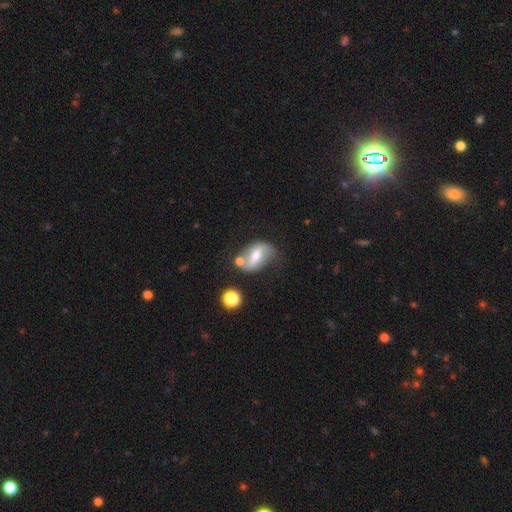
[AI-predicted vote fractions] Smooth or featured?
  - featured or disk: 58% *
  - smooth: 33%
  - star or artifact: 9%
Edge-on disk?
  - no: 92% *
  - yes: 8%
Bar?
  - strong: 38% *
  - weak: 36%
  - no: 26%
Spiral arms?
  - yes: 68% *
  - no: 32%
Bulge size?
  - moderate: 62% *
  - small: 25%
  - large: 8%
  - none: 3%
  - dominant: 2%
Merging?
  - none: 49% *
  - minor disturbance: 23%
  - merger: 18%
  - major disturbance: 11%